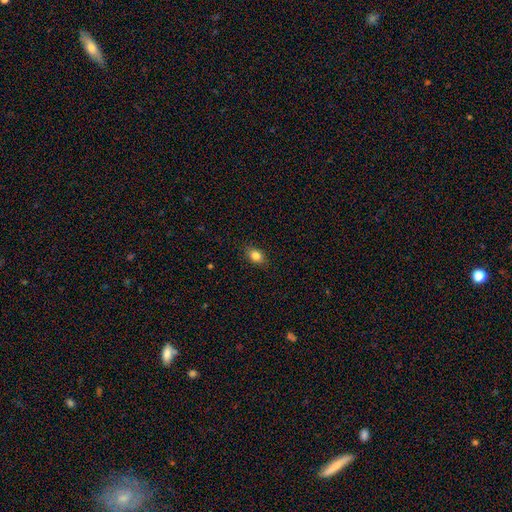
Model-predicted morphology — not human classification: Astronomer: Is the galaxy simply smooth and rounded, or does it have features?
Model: smooth — 84%.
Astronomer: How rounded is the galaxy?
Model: in between — 77%.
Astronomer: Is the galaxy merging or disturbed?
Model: none — 85%.